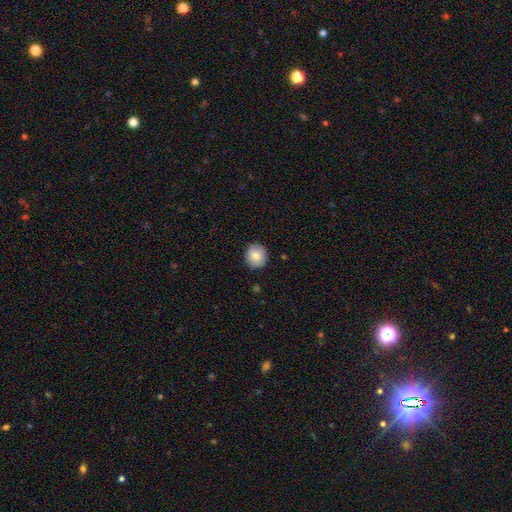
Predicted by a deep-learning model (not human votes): The model was most divided on "how rounded": round: 85%, in between: 14%, cigar-shaped: 1%. More confident: merging — none (88%); smooth or featured — smooth (84%).